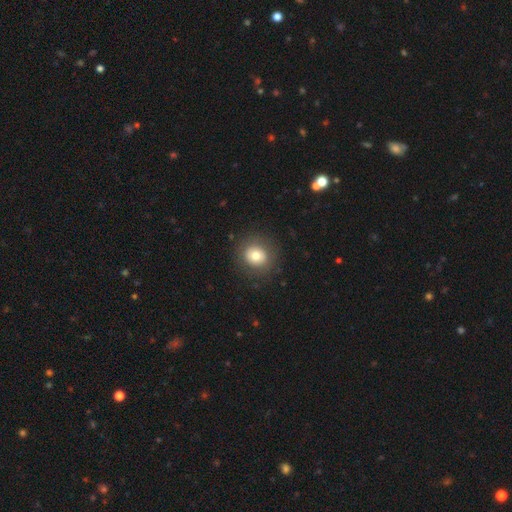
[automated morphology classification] Overall: smooth (75%). How rounded: round (86%). Merging: none (86%).